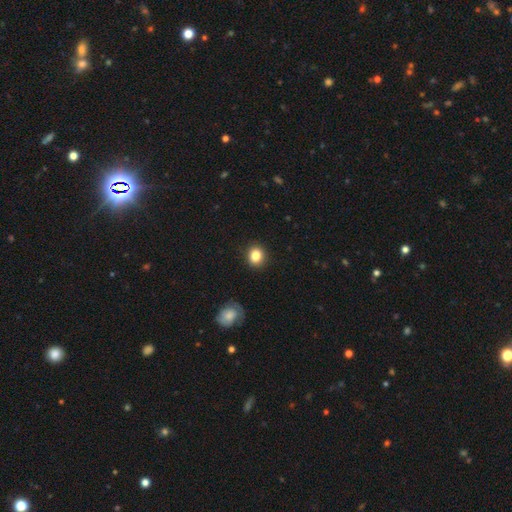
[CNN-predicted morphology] Smooth or featured? smooth (84%)
How rounded? round (76%)
Merging? none (90%)